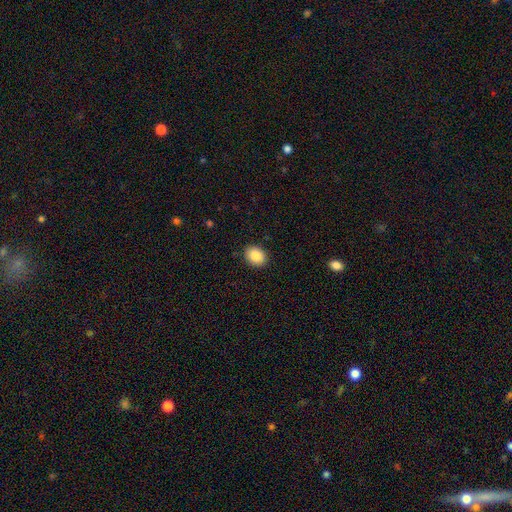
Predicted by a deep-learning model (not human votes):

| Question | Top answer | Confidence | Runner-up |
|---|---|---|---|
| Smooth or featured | smooth | 89% | star or artifact (8%) |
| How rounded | in between | 56% | round (43%) |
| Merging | none | 90% | minor disturbance (7%) |